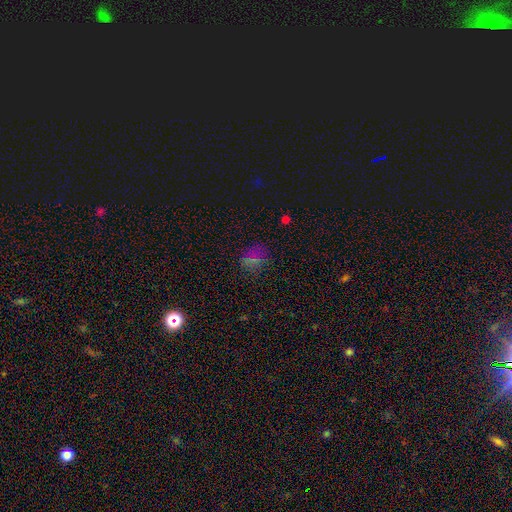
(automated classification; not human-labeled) A smooth galaxy with no disk features (61%) that is round (57%).

Vote fractions:
- Smooth or featured? smooth: 61% / star or artifact: 30% / featured or disk: 9%
- How rounded? round: 57% / in between: 41% / cigar-shaped: 2%
- Merging? none: 75% / minor disturbance: 16% / major disturbance: 6% / merger: 2%